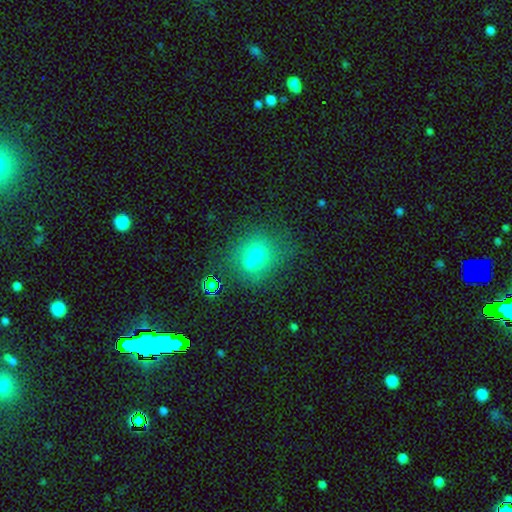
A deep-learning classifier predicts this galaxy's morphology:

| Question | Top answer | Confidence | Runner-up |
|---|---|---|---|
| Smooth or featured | smooth | 62% | featured or disk (20%) |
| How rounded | round | 78% | in between (21%) |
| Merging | merger | 49% | none (38%) |